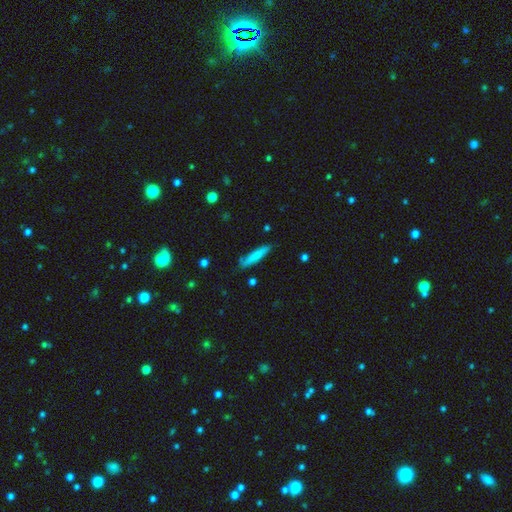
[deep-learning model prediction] smooth 77%, featured or disk 17%, star or artifact 6%. Down the decision tree: how rounded — cigar-shaped (83%); merging — none (75%).